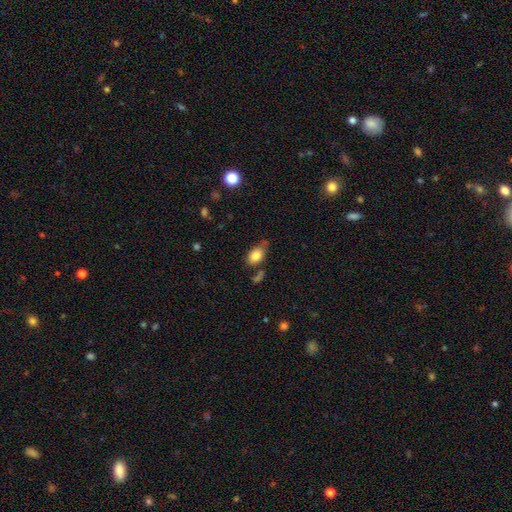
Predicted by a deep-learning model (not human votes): The model was most divided on "merging": none: 59%, minor disturbance: 24%, merger: 10%, major disturbance: 7%. More confident: how rounded — in between (84%); smooth or featured — smooth (83%).